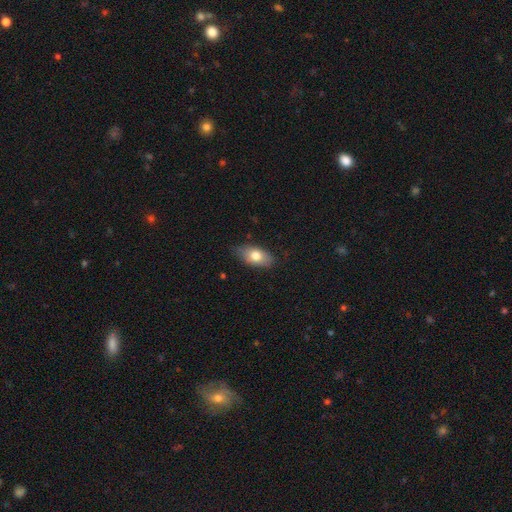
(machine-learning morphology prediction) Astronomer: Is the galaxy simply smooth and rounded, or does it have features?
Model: smooth — 75%.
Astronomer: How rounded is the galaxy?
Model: in between — 89%.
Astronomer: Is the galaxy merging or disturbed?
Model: none — 79%.